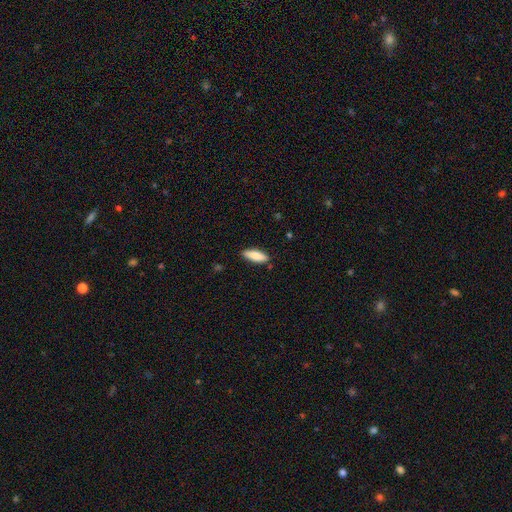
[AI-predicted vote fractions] Q: Smooth or featured?
A: smooth (82%); runner-up: featured or disk (12%)
Q: How rounded?
A: in between (57%); runner-up: cigar-shaped (42%)
Q: Merging?
A: none (86%); runner-up: minor disturbance (11%)